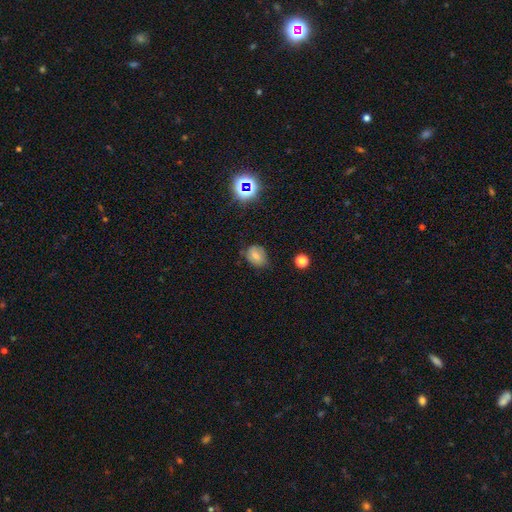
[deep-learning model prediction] smooth 65%, featured or disk 19%, star or artifact 16%. Down the decision tree: how rounded — in between (62%); merging — none (66%).